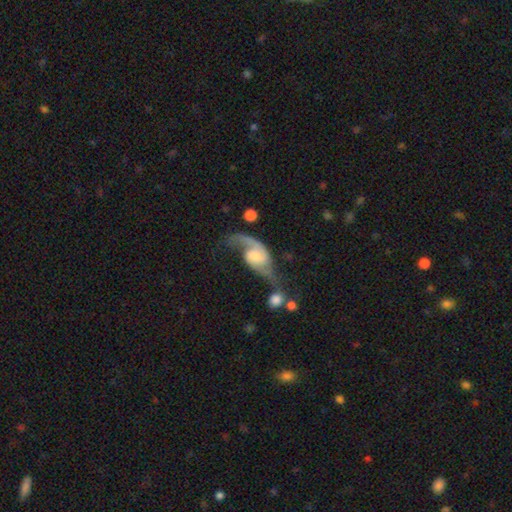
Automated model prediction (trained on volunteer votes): smooth-or-featured: featured or disk: 82% | smooth: 12% | star or artifact: 6%
  disk-edge-on: no: 96% | yes: 4%
    bar: no: 52% | weak: 38% | strong: 10%
    has-spiral-arms: yes: 94% | no: 6%
      spiral-winding: loose: 68% | medium: 26% | tight: 7%
      spiral-arm-count: 2: 77% | 1: 17% | can't tell: 3% | 3: 1% | 4: 1% | more than 4: 1%
    bulge-size: moderate: 37% | small: 30% | large: 16% | none: 14% | dominant: 3%
  merging: none: 33% | major disturbance: 31% | minor disturbance: 20% | merger: 17%